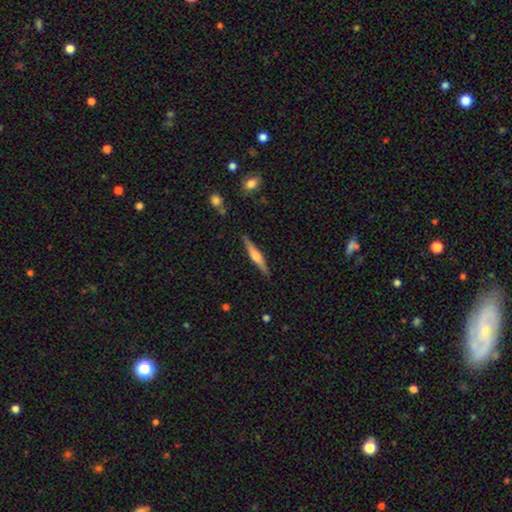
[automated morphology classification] Smooth or featured?
  - featured or disk: 60% *
  - smooth: 34%
  - star or artifact: 6%
Edge-on disk?
  - yes: 97% *
  - no: 3%
Edge-on bulge?
  - rounded: 77% *
  - boxy: 15%
  - none: 8%
Merging?
  - none: 89% *
  - minor disturbance: 8%
  - major disturbance: 2%
  - merger: 1%